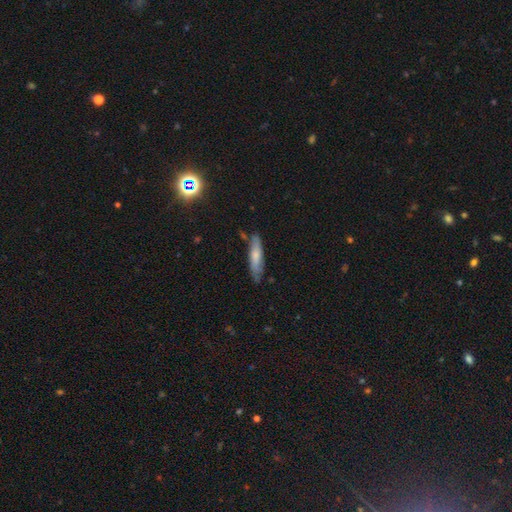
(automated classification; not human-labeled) This appears to be a smooth galaxy with no disk features (65%) that is cigar-shaped (77%). Merging: none (73%).